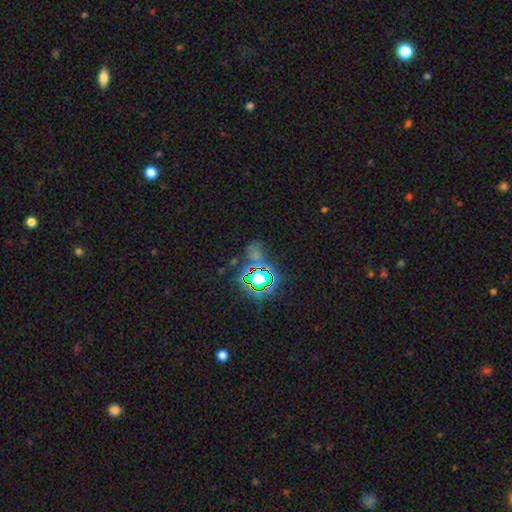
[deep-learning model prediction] Smooth or featured? Predicted: star or artifact (p=0.60).